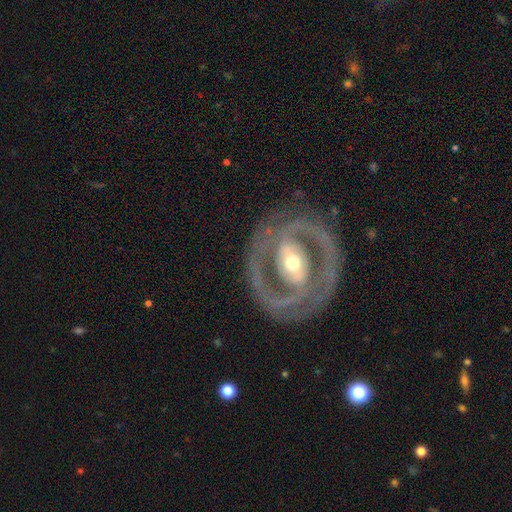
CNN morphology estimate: type=featured or disk (88%); edge-on=no (95%); bar=strong (50%); spiral arms=yes (86%); winding=tight (55%); arm count=2 (82%); bulge=moderate (50%); merging=none (80%).